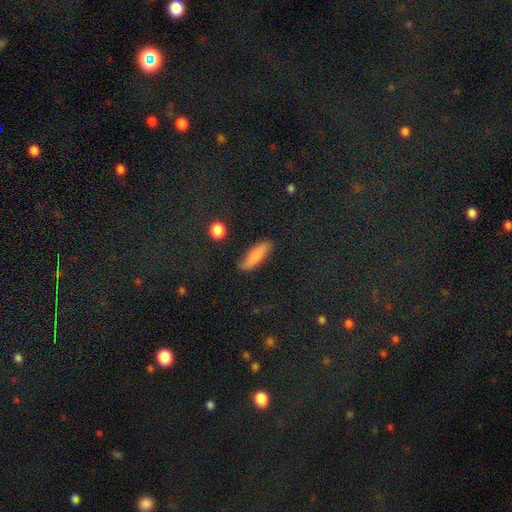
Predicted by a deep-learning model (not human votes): smooth 76%, featured or disk 16%, star or artifact 7%. Down the decision tree: how rounded — cigar-shaped (62%); merging — none (83%).